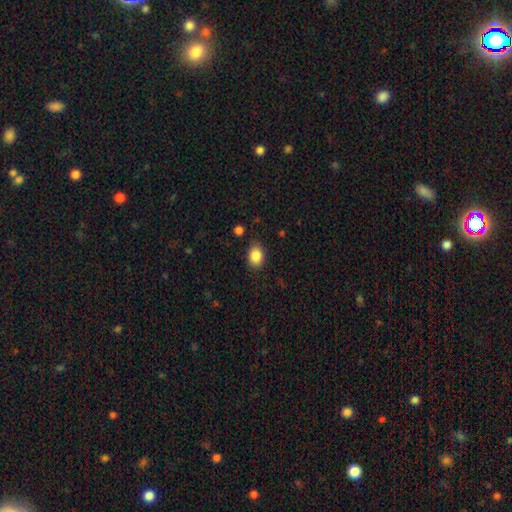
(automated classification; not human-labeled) smooth 86%, star or artifact 8%, featured or disk 5%. Down the decision tree: how rounded — in between (70%); merging — none (82%).